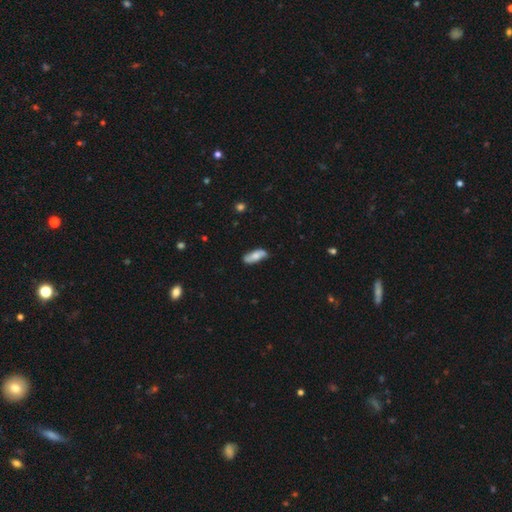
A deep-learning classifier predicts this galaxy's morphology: A smooth galaxy with no disk features (63%) that is in between round and cigar-shaped (69%).

Vote fractions:
- Smooth or featured? smooth: 63% / featured or disk: 30% / star or artifact: 7%
- How rounded? in between: 69% / cigar-shaped: 29% / round: 3%
- Merging? none: 77% / minor disturbance: 18% / major disturbance: 3% / merger: 2%